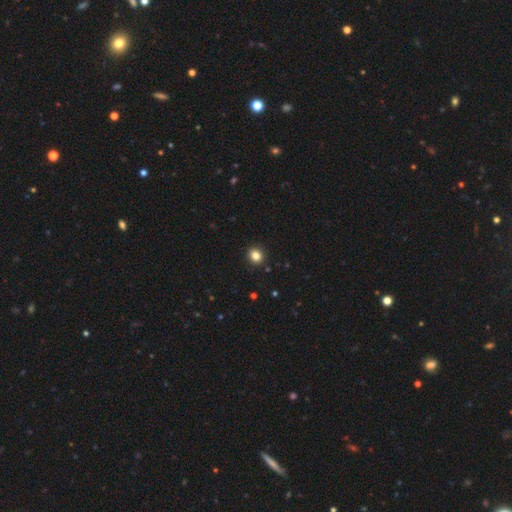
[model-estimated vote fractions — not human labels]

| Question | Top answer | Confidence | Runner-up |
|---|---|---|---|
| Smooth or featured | smooth | 83% | star or artifact (12%) |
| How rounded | round | 84% | in between (15%) |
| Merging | none | 92% | minor disturbance (5%) |